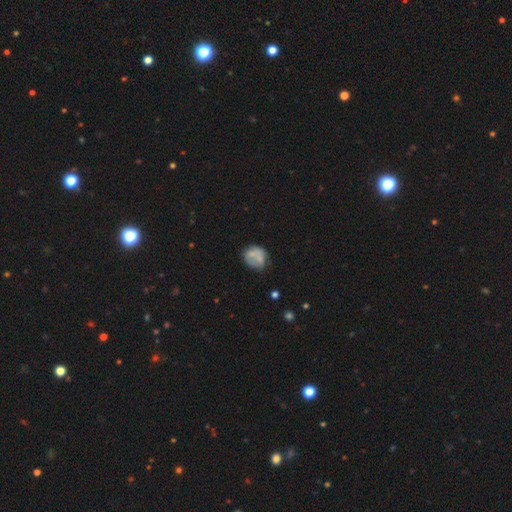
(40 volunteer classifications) smooth_or_featured: smooth (p=0.57) [alt: featured or disk p=0.33]
how_rounded: round (p=0.70) [alt: in between p=0.30]
merging: merger (p=0.36) [alt: none p=0.33]